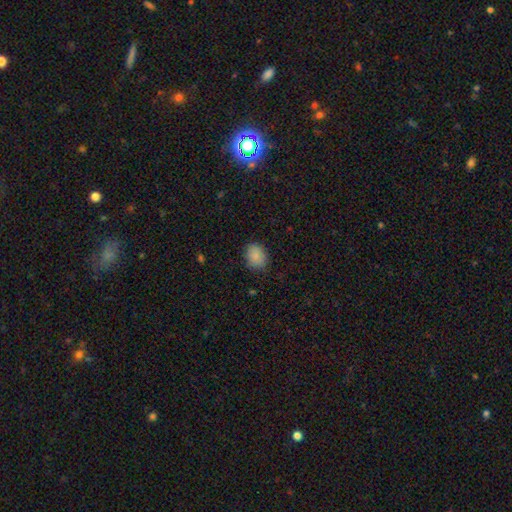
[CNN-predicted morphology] Overall: smooth (87%). How rounded: in between (55%; round 44%). Merging: none (83%).